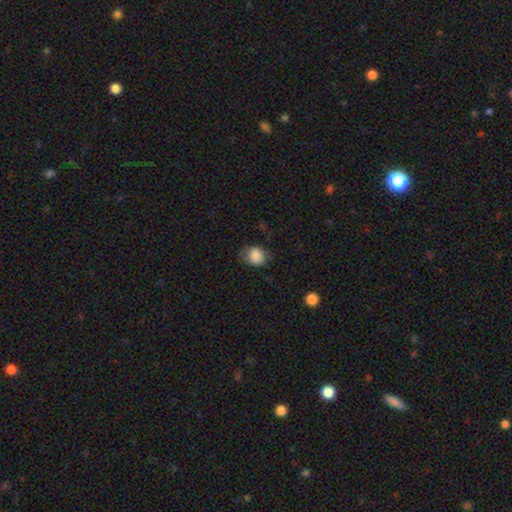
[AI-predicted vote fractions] This is clearly a smooth galaxy (85%). How rounded: possibly in between (50%). Merging: likely none (68%).